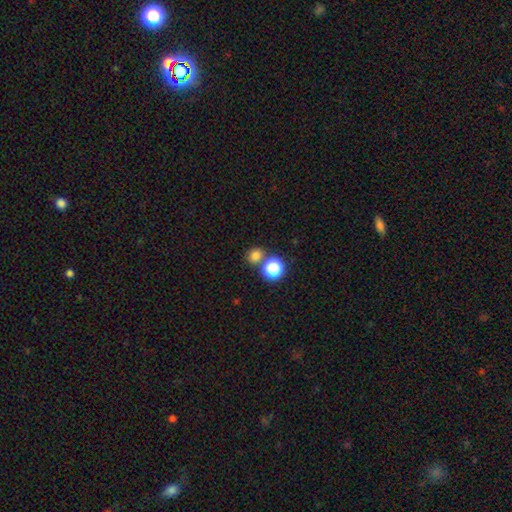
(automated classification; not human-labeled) Smooth or featured: smooth — 75% (star or artifact — 19%)
How rounded: round — 70% (in between — 29%)
Merging: none — 66% (merger — 22%)